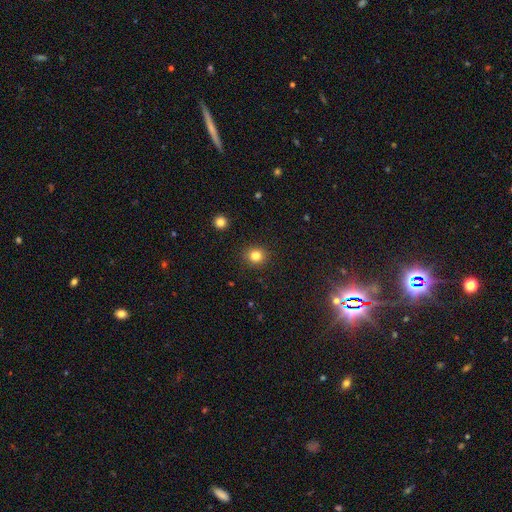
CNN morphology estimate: type=smooth (82%); roundness=round (86%); merging=none (90%).